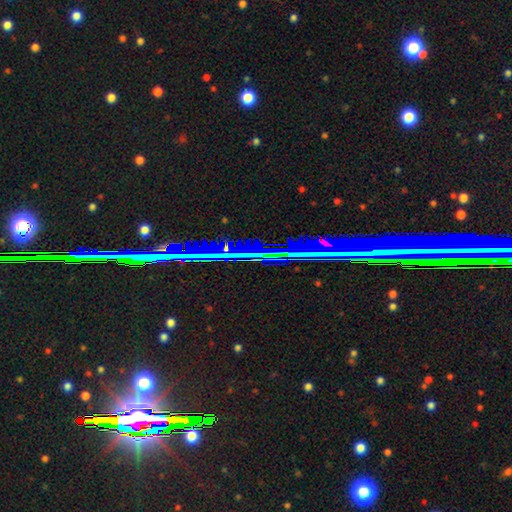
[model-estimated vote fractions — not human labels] Smooth or featured? star or artifact (71%)